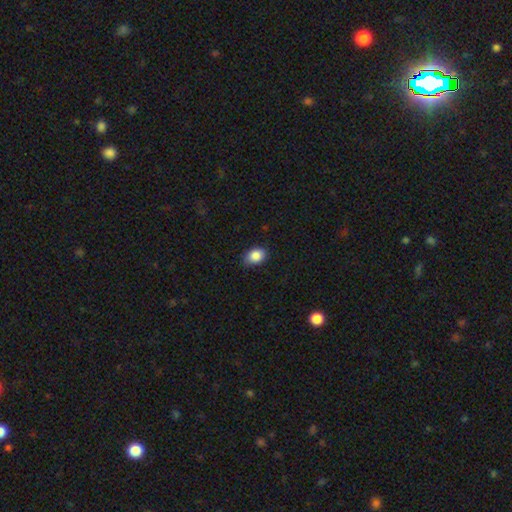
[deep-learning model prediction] This is clearly a smooth galaxy (86%). How rounded: likely in between (76%). Merging: clearly none (80%).